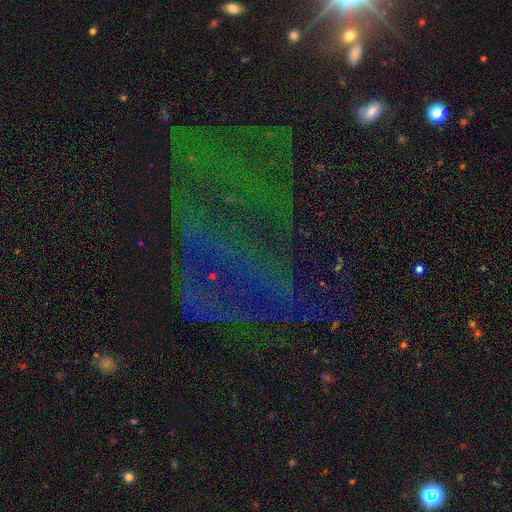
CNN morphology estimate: A star or artifact, not a galaxy (67%).

Vote fractions:
- Smooth or featured? star or artifact: 67% / featured or disk: 19% / smooth: 14%